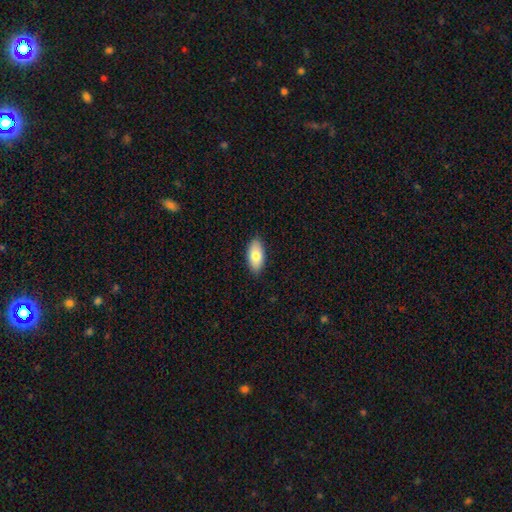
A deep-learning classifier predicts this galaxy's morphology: Smooth or featured? Predicted: smooth (p=0.79). How rounded? Predicted: in between (p=0.92). Merging? Predicted: none (p=0.88).